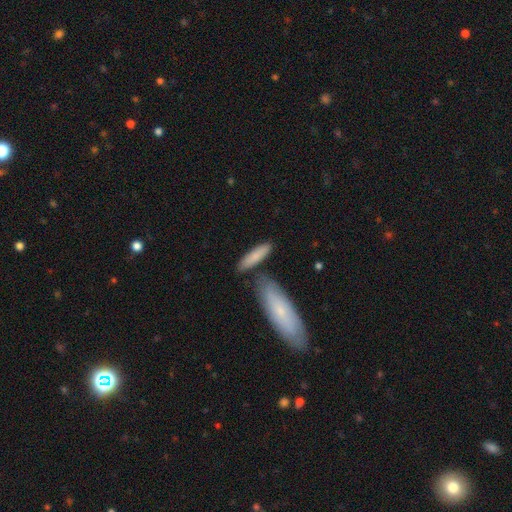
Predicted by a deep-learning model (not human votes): This appears to be a smooth galaxy with no disk features (81%) that is cigar-shaped (66%). Merging: none (71%).